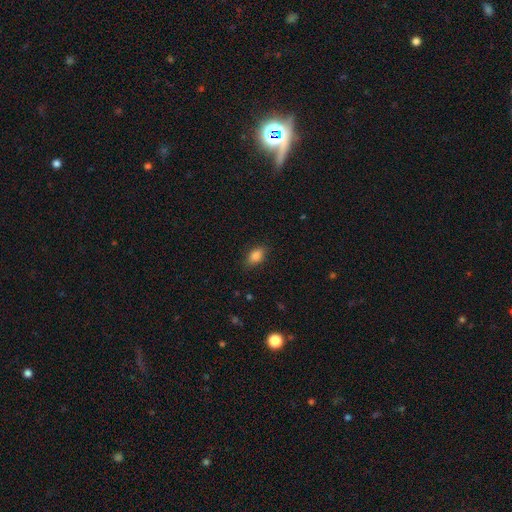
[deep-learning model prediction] A smooth galaxy with no disk features (86%) that is in between round and cigar-shaped (87%). Merging: none (85%).